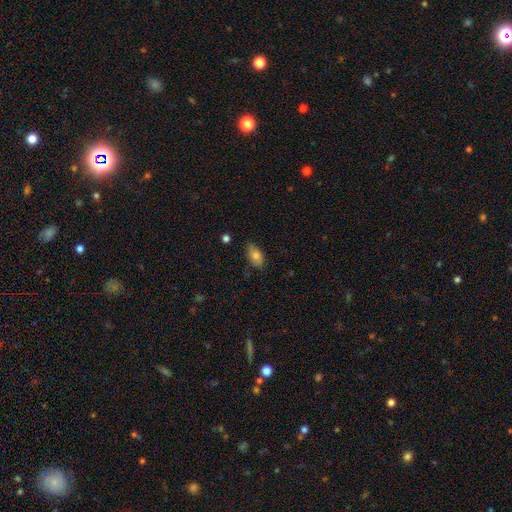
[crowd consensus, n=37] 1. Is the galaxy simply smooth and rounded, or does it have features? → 70% smooth, 27% featured or disk, 3% star or artifact.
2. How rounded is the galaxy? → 88% in between, 12% cigar-shaped, 0% round.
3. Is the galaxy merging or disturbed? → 78% none, 17% minor disturbance, 3% major disturbance, 3% merger.